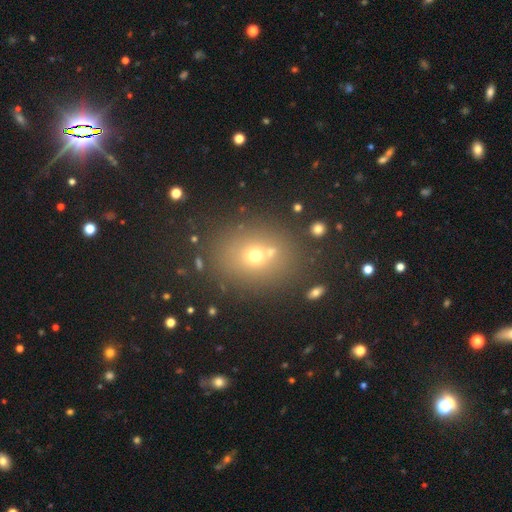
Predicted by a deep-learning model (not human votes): This appears to be a smooth galaxy with no disk features (59%) that is round (62%). Merging: none (66%).